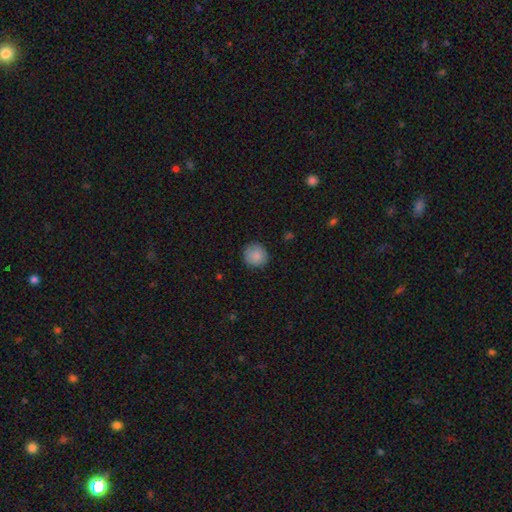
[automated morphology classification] Smooth or featured? Predicted: smooth (p=0.86). How rounded? Predicted: round (p=0.92). Merging? Predicted: none (p=0.87).